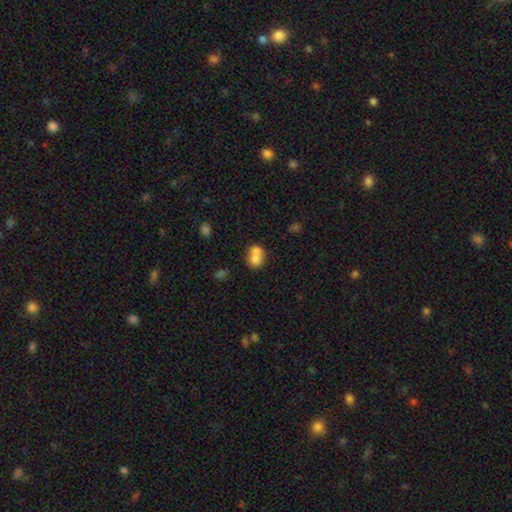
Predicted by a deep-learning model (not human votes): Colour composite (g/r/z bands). It shows a smooth galaxy with no disk features (71%) that is round (63%). Merging: merger (67%).